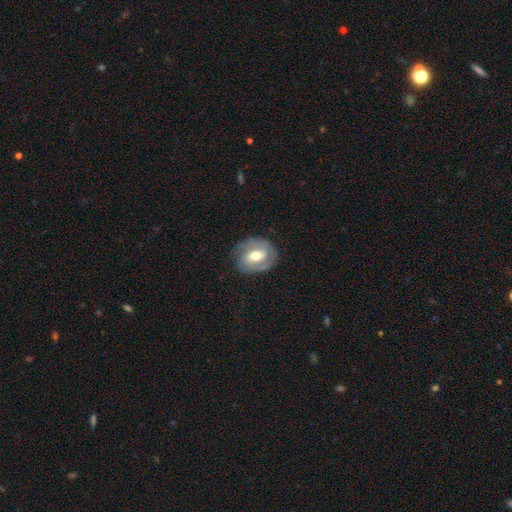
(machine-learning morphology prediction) smooth_or_featured: featured or disk (p=0.74) [alt: smooth p=0.21]
disk_edge_on: no (p=0.96) [alt: yes p=0.04]
bar: weak (p=0.45) [alt: strong p=0.29]
has_spiral_arms: yes (p=0.83) [alt: no p=0.17]
spiral_winding: tight (p=0.53) [alt: medium p=0.37]
spiral_arm_count: 2 (p=0.81) [alt: can't tell p=0.10]
bulge_size: moderate (p=0.69) [alt: large p=0.15]
merging: none (p=0.80) [alt: minor disturbance p=0.14]